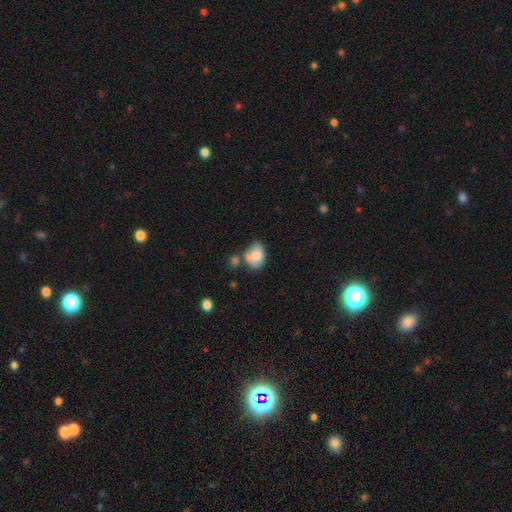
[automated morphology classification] This is likely a smooth galaxy (75%). How rounded: likely in between (72%). Merging: marginally none (40%).